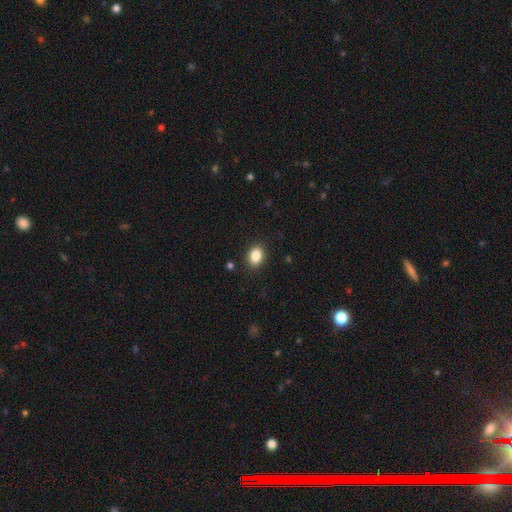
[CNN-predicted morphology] type=smooth (86%); roundness=in between (66%); merging=none (89%).